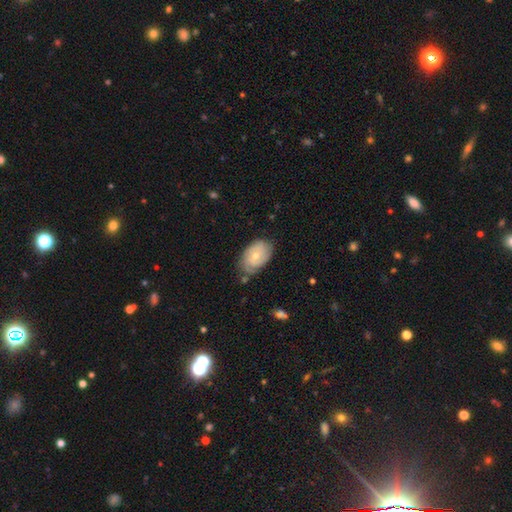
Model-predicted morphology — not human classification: This is possibly a featured or disk galaxy (54%). It is clearly not viewed edge-on (95%). Bar: likely no (75%). Spiral arm pattern: clearly yes (81%). Central bulge: possibly small (52%). Merging: likely none (66%).